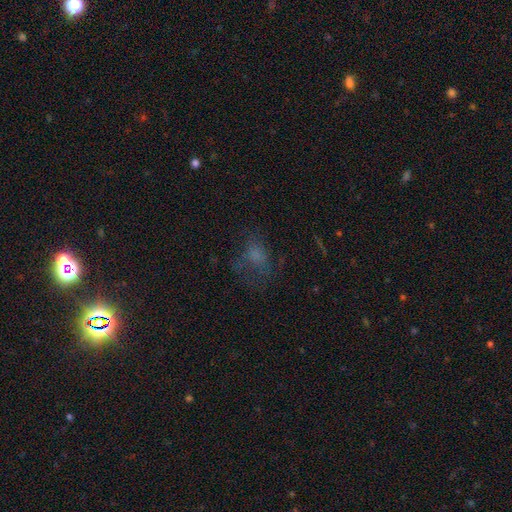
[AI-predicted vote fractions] This appears to be a smooth galaxy with no disk features (54%) that is in between round and cigar-shaped (63%). Merging: none (46%).